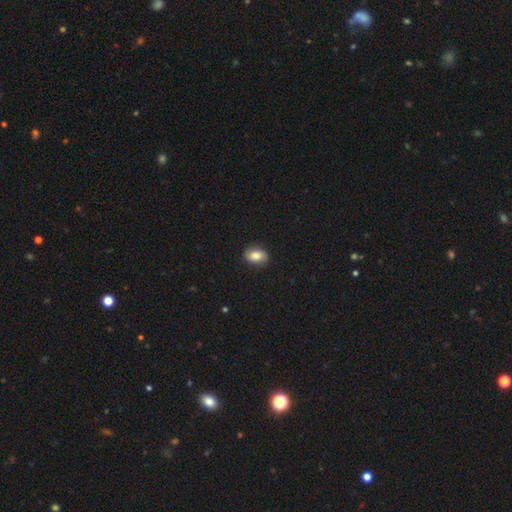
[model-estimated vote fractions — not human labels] The model was most divided on "how rounded": in between: 82%, round: 17%, cigar-shaped: 2%. More confident: merging — none (85%); smooth or featured — smooth (79%).